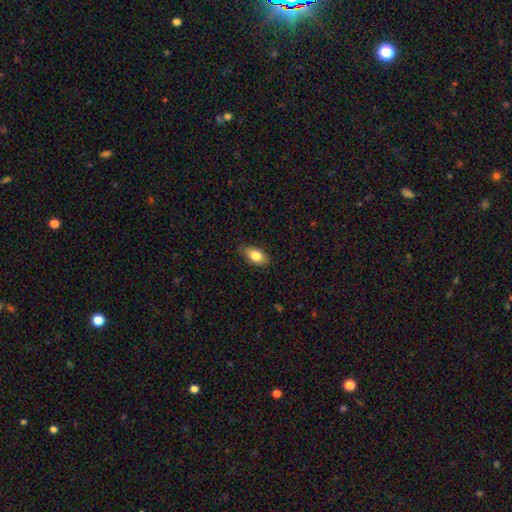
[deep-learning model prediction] Smooth or featured? Predicted: smooth (p=0.81). How rounded? Predicted: in between (p=0.88). Merging? Predicted: none (p=0.82).